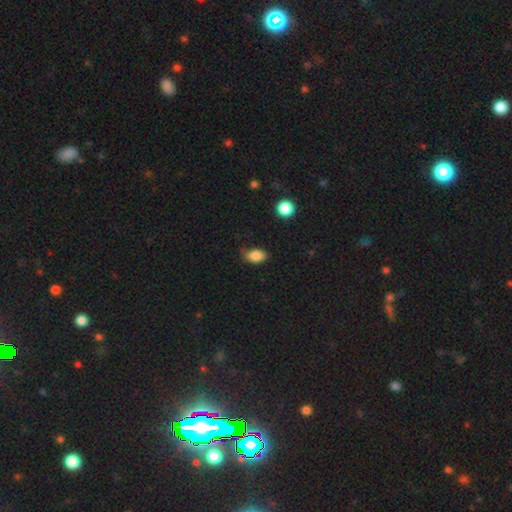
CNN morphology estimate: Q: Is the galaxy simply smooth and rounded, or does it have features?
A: smooth — 84%.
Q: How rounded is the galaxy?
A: in between — 88%.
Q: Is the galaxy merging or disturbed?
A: none — 72%.